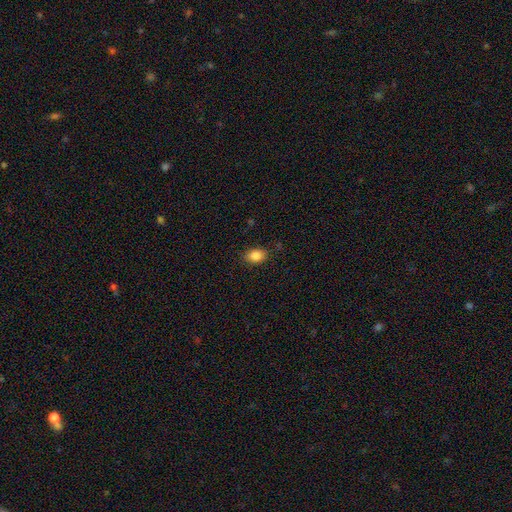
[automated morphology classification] type=smooth (86%); roundness=in between (76%); merging=none (84%).